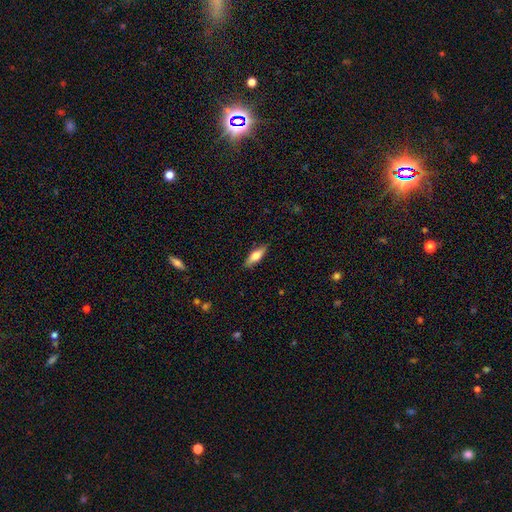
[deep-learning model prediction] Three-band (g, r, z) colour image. It shows a smooth galaxy with no disk features (59%) that is in between round and cigar-shaped (51%). Merging: none (87%).